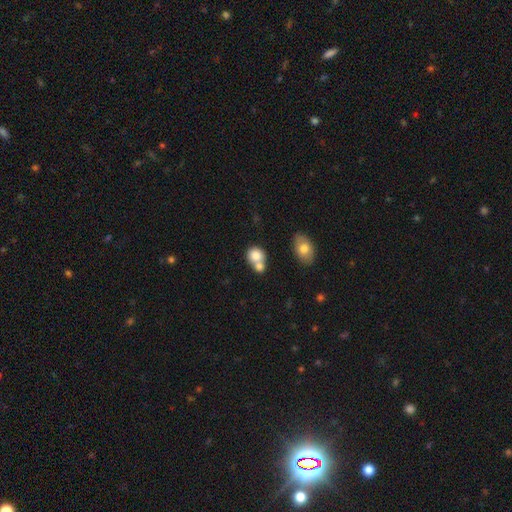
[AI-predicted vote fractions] This appears to be a smooth galaxy with no disk features (79%) that is round (71%). Merging: merger (52%).